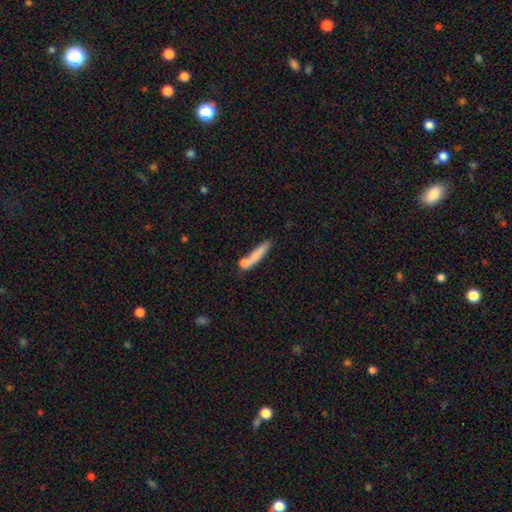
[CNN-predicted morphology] Smooth or featured? Predicted: smooth (p=0.71). How rounded? Predicted: cigar-shaped (p=0.87). Merging? Predicted: none (p=0.51).